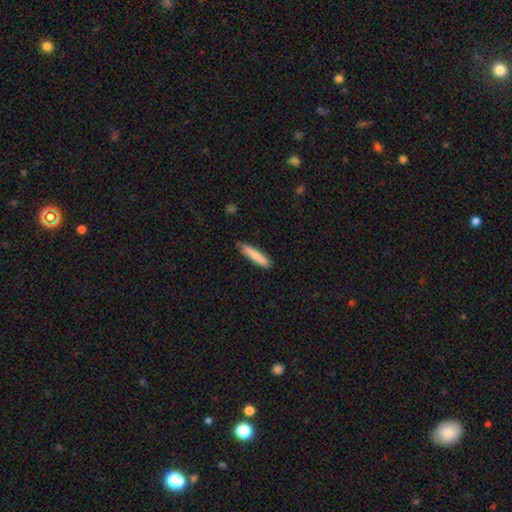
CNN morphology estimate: This is likely a smooth galaxy (79%). How rounded: clearly cigar-shaped (88%). Merging: clearly none (80%).